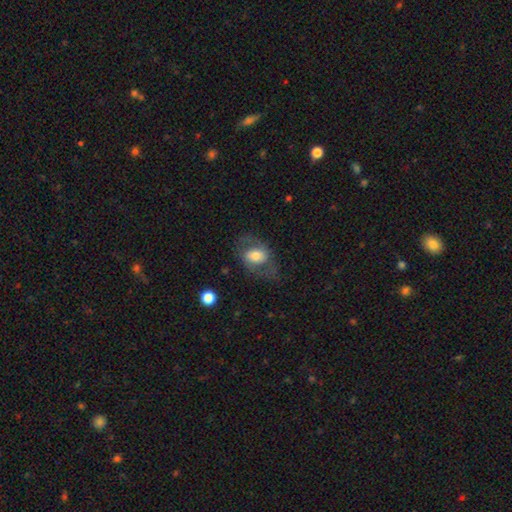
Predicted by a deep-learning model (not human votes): This appears to be a smooth galaxy with no disk features (51%) that is in between round and cigar-shaped (65%). Merging: none (58%).